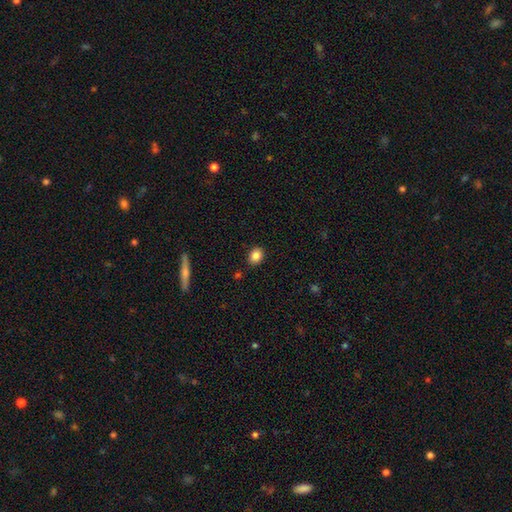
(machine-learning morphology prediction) Smooth or featured: smooth — 85% (star or artifact — 9%)
How rounded: round — 54% (in between — 45%)
Merging: none — 88% (minor disturbance — 8%)